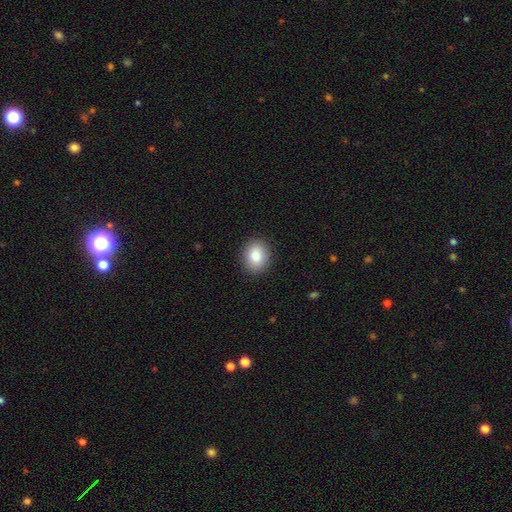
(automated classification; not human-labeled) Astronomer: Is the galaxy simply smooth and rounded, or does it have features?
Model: smooth — 86%.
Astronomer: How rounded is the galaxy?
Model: round — 53% (runner-up: in between, 46%).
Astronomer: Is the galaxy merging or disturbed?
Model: none — 90%.